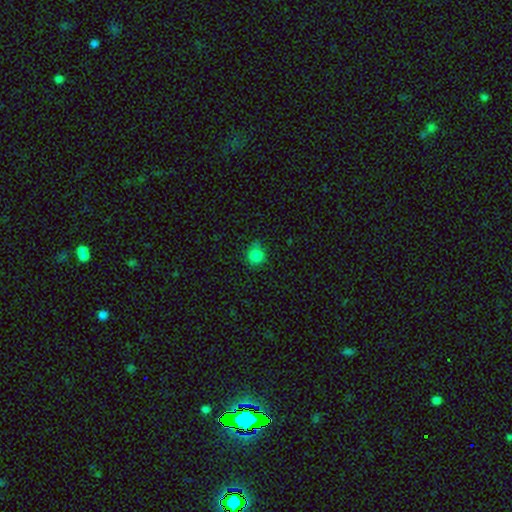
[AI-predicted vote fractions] smooth_or_featured: smooth (p=0.84) [alt: star or artifact p=0.12]
how_rounded: round (p=0.89) [alt: in between p=0.11]
merging: none (p=0.72) [alt: minor disturbance p=0.22]